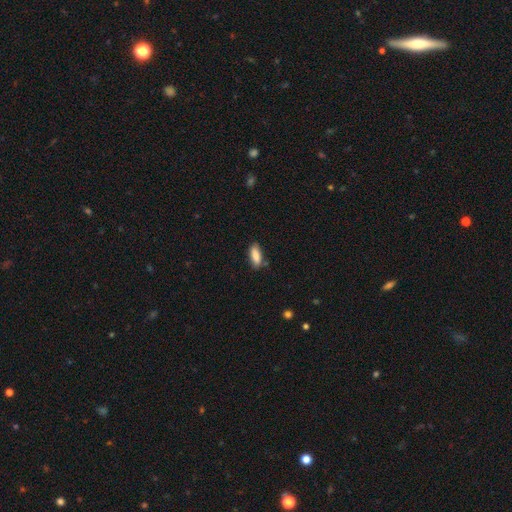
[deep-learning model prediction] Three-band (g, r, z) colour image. It shows a smooth galaxy with no disk features (86%) that is in between round and cigar-shaped (72%). Merging: none (76%).